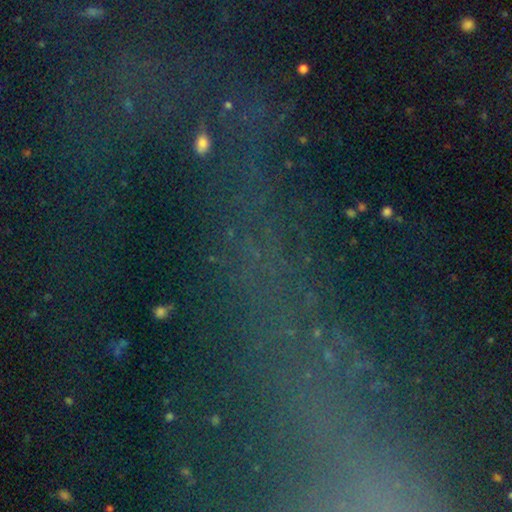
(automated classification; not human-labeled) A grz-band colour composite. It shows a star or artifact, not a galaxy (73%).